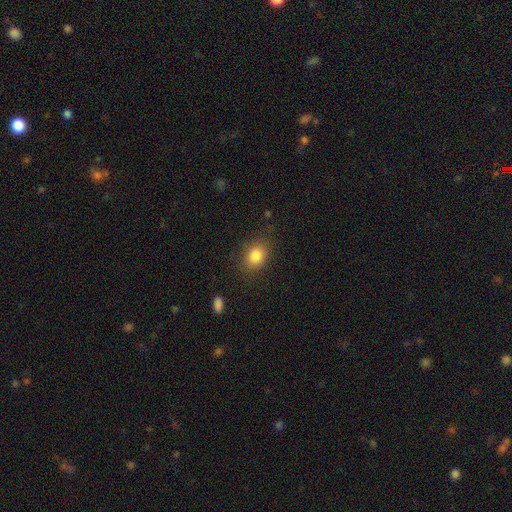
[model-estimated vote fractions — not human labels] Smooth or featured: smooth — 83% (star or artifact — 10%)
How rounded: in between — 62% (round — 37%)
Merging: none — 82% (minor disturbance — 13%)